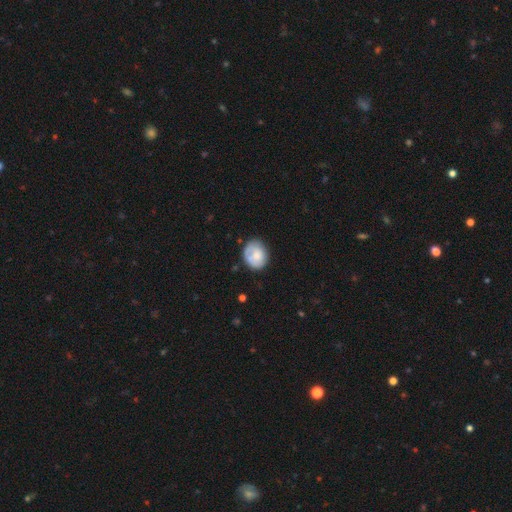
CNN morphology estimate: smooth_or_featured: smooth (p=0.65) [alt: featured or disk p=0.28]
how_rounded: round (p=0.58) [alt: in between p=0.42]
merging: none (p=0.66) [alt: minor disturbance p=0.24]